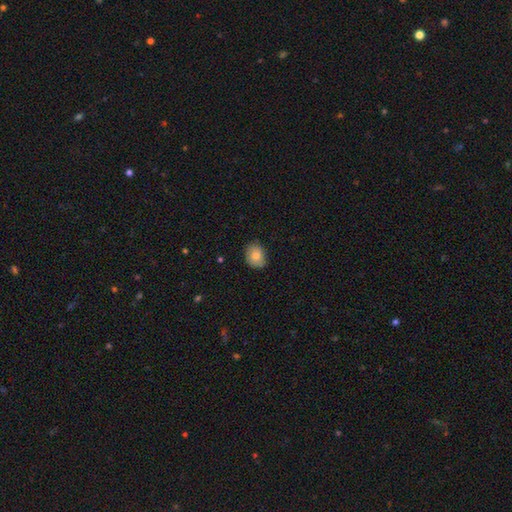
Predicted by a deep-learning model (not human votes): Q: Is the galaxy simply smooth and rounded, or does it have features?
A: smooth — 78%.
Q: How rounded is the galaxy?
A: round — 52%.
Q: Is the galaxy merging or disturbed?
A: none — 76%.